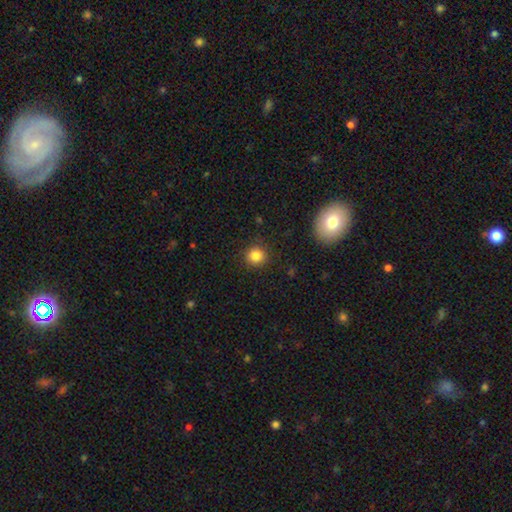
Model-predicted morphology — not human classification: A smooth galaxy with no disk features (84%) that is round (91%). Merging: none (90%).